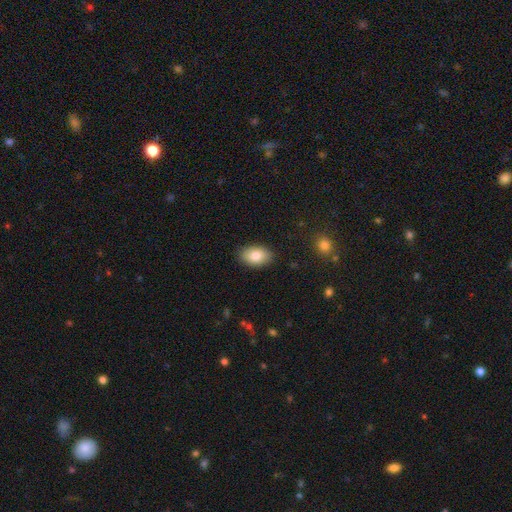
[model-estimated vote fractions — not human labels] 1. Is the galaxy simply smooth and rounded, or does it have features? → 84% smooth, 9% featured or disk, 7% star or artifact.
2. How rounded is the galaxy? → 89% in between, 9% round, 1% cigar-shaped.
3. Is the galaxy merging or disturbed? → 87% none, 9% minor disturbance, 2% major disturbance, 1% merger.